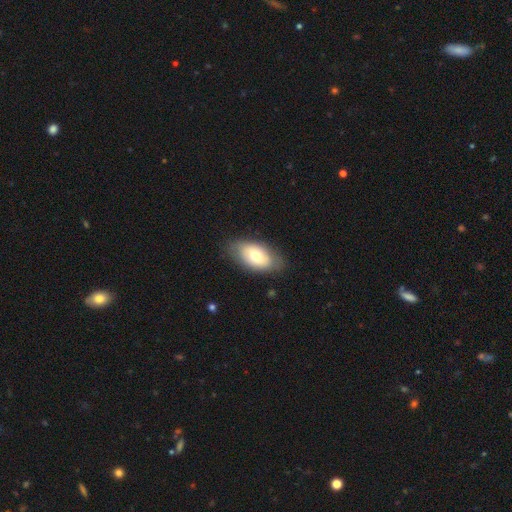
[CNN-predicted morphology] Smooth or featured: smooth — 64% (featured or disk — 29%)
How rounded: in between — 92% (round — 5%)
Merging: none — 79% (minor disturbance — 16%)